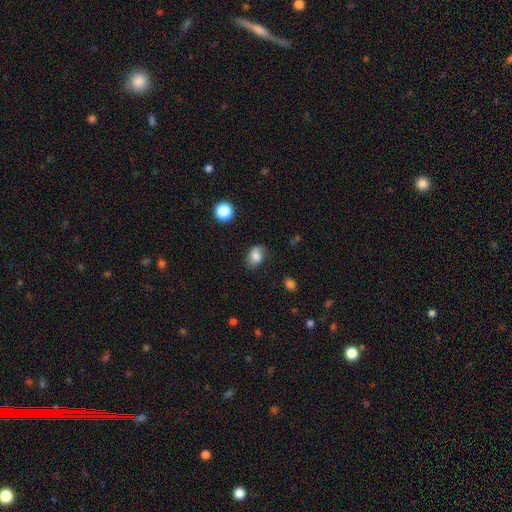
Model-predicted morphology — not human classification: Smooth or featured?
  - smooth: 76% *
  - featured or disk: 14%
  - star or artifact: 10%
How rounded?
  - in between: 76% *
  - round: 22%
  - cigar-shaped: 1%
Merging?
  - none: 67% *
  - minor disturbance: 24%
  - major disturbance: 7%
  - merger: 2%